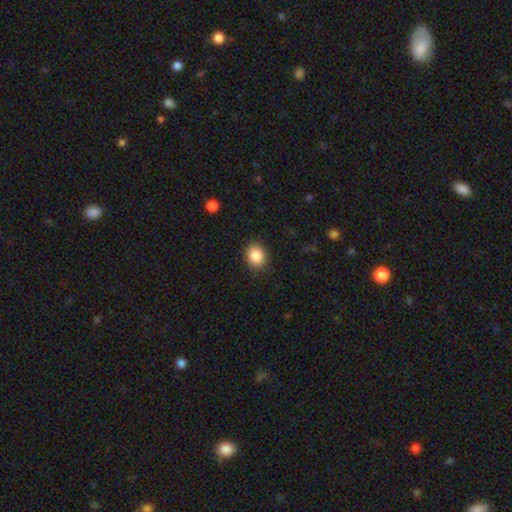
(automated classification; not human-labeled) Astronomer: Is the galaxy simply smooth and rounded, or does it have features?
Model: smooth — 87%.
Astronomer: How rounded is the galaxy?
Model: round — 59% (runner-up: in between, 40%).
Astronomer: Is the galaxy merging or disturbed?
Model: none — 88%.